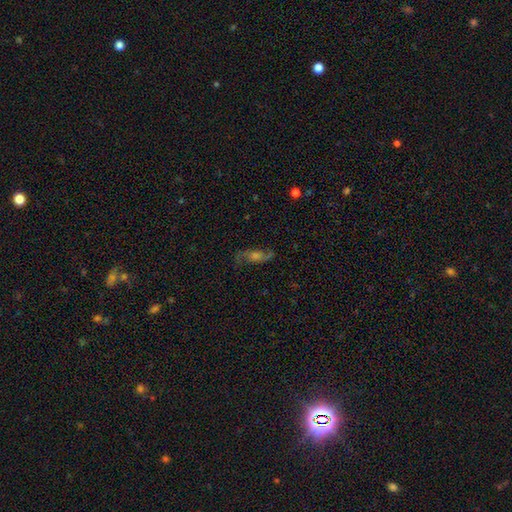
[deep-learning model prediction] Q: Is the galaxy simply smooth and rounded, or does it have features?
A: featured or disk — 67%.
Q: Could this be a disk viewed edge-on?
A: no — 83%.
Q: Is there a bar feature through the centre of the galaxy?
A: no — 63%.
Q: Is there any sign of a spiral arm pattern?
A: yes — 90%.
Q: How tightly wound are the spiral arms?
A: loose — 60%.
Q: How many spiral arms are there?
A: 2 — 89%.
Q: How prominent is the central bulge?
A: moderate — 49%.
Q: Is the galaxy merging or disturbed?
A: none — 75%.